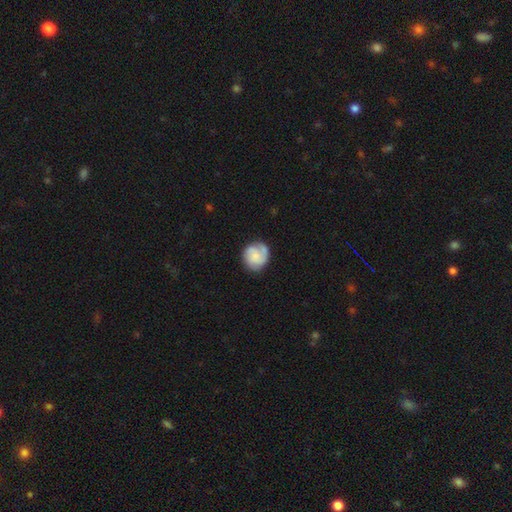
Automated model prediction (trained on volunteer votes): Morphology: type=featured or disk (49%); merging=none (70%).